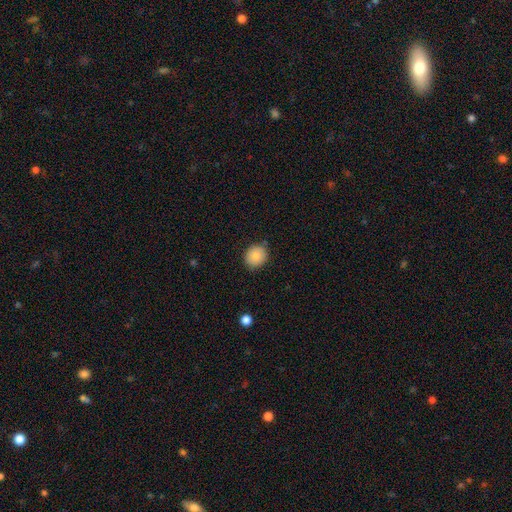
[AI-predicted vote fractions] Smooth or featured: smooth — 84% (star or artifact — 9%)
How rounded: round — 79% (in between — 20%)
Merging: none — 85% (minor disturbance — 11%)